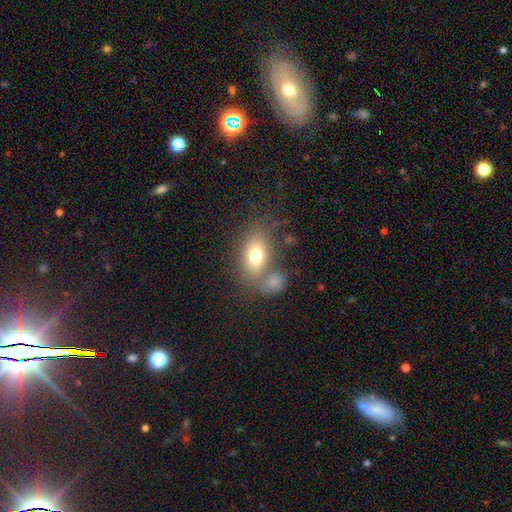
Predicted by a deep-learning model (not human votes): Smooth or featured? smooth (72%)
How rounded? in between (81%)
Merging? none (49%)